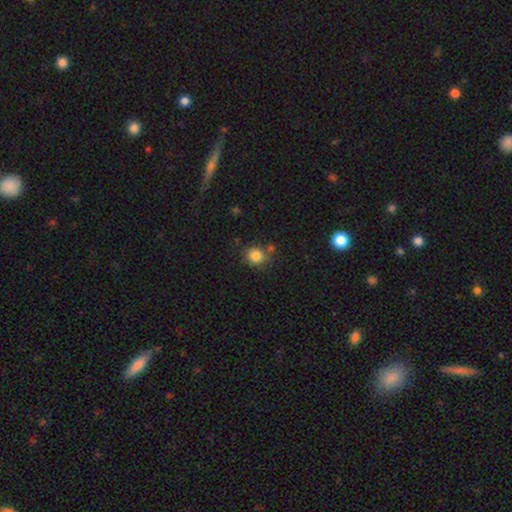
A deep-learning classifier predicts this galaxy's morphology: A smooth galaxy with no disk features (84%) that is round (81%).

Vote fractions:
- Smooth or featured? smooth: 84% / star or artifact: 11% / featured or disk: 6%
- How rounded? round: 81% / in between: 18% / cigar-shaped: 1%
- Merging? none: 69% / minor disturbance: 16% / merger: 11% / major disturbance: 5%